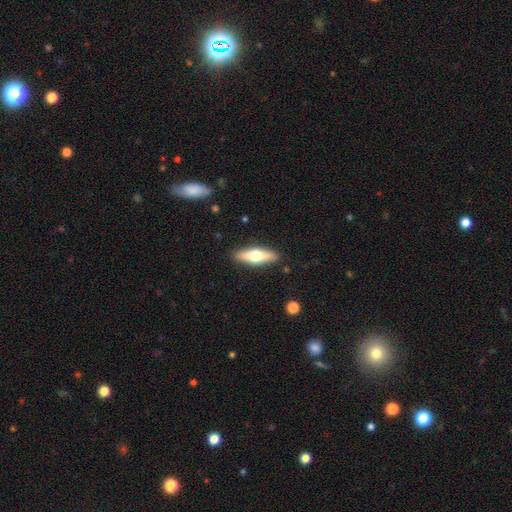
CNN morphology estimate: Smooth or featured? Predicted: smooth (p=0.49). Merging? Predicted: none (p=0.89).